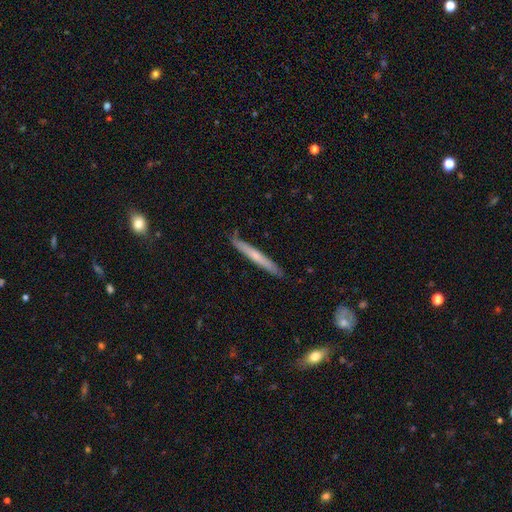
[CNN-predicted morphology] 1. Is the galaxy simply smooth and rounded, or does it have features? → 47% featured or disk (tied), 47% smooth (tied), 6% star or artifact.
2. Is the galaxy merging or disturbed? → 86% none, 11% minor disturbance, 2% major disturbance, 1% merger.